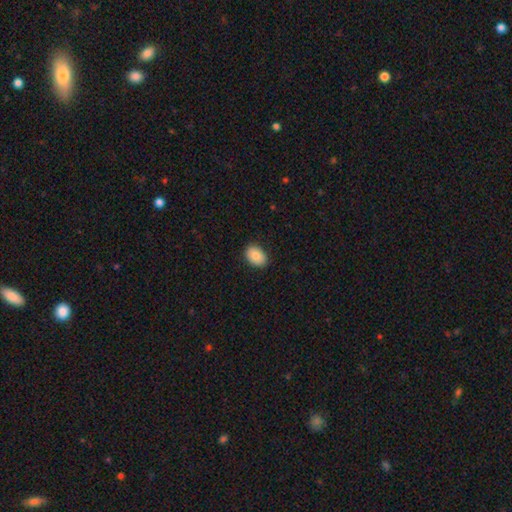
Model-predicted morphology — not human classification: smooth 85%, featured or disk 8%, star or artifact 7%. Down the decision tree: how rounded — in between (77%); merging — none (87%).